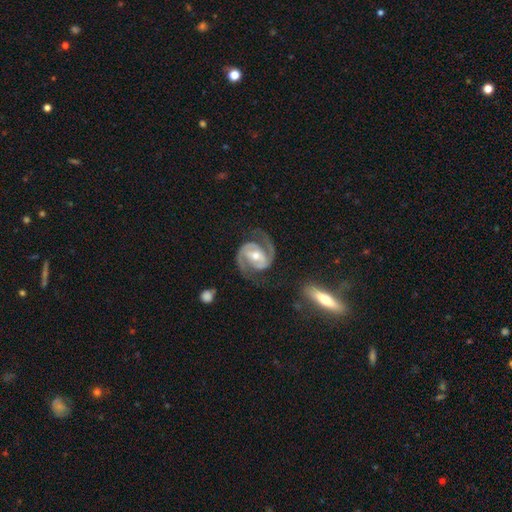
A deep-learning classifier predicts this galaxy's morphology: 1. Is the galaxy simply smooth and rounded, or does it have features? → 92% featured or disk, 4% smooth, 4% star or artifact.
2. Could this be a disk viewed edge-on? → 98% no, 2% yes.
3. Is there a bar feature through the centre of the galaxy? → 43% strong, 36% weak, 21% no.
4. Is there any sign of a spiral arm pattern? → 98% yes, 2% no.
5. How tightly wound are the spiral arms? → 57% medium, 32% tight, 12% loose.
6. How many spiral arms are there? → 94% 2, 2% can't tell, 1% 1, 1% 3, 1% 4, 1% more than 4.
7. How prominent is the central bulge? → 65% moderate, 28% small, 5% large, 1% none, 1% dominant.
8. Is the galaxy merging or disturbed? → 79% none, 12% minor disturbance, 7% major disturbance, 2% merger.